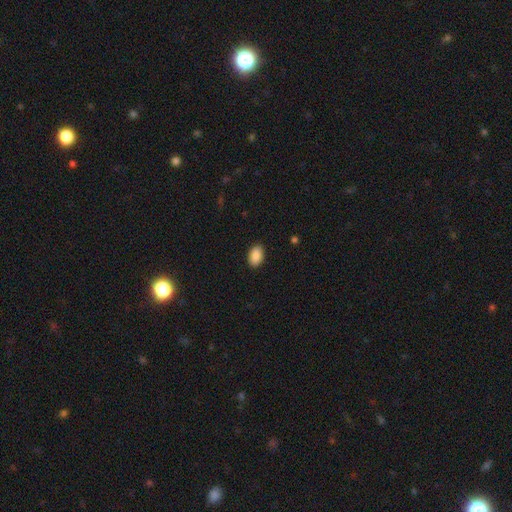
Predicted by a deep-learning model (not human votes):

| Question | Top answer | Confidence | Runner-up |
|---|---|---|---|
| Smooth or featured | smooth | 90% | star or artifact (7%) |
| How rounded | in between | 88% | round (11%) |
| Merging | none | 90% | minor disturbance (7%) |